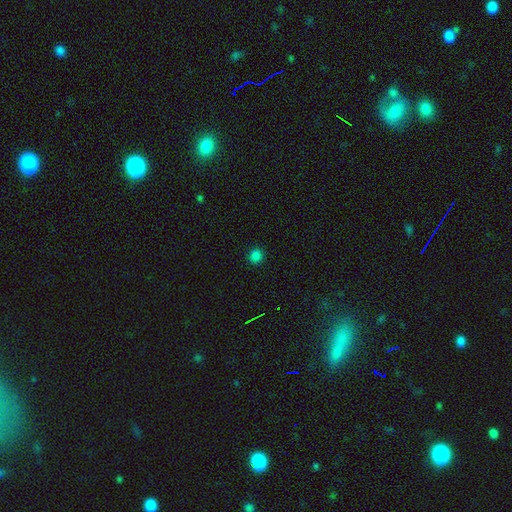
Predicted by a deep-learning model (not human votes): This is clearly a smooth galaxy (81%). How rounded: clearly round (90%). Merging: clearly none (91%).